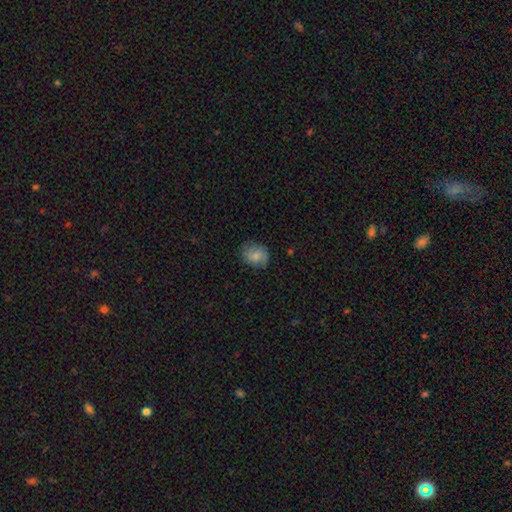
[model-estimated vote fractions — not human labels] A smooth galaxy with no disk features (80%) that is round (60%).

Vote fractions:
- Smooth or featured? smooth: 80% / featured or disk: 13% / star or artifact: 8%
- How rounded? round: 60% / in between: 39% / cigar-shaped: 1%
- Merging? none: 74% / minor disturbance: 20% / major disturbance: 5% / merger: 1%